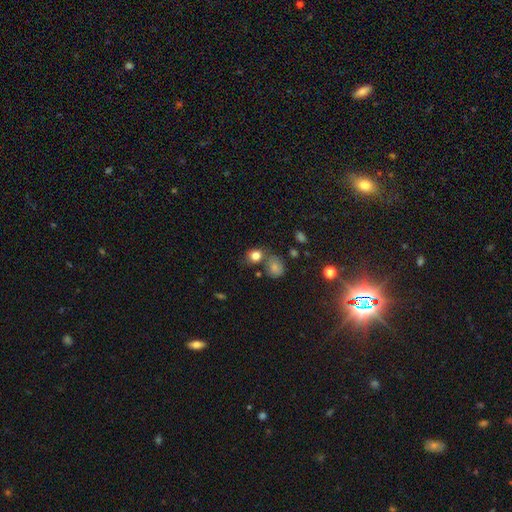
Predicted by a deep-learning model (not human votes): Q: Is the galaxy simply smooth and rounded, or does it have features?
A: smooth — 81%.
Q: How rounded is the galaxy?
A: round — 66%.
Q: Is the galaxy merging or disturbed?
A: none — 60%.